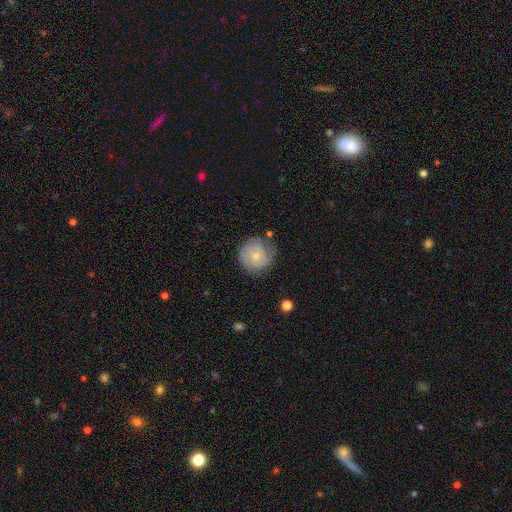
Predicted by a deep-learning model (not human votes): The model was most divided on "smooth or featured": smooth: 48%, featured or disk: 45%, star or artifact: 7%. More confident: merging — none (63%).